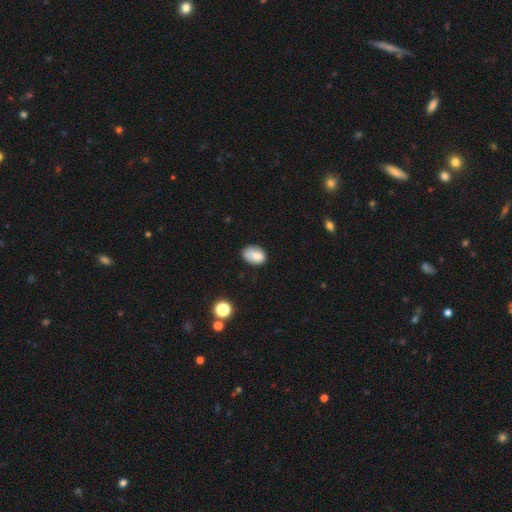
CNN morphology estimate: This appears to be a smooth galaxy with no disk features (80%) that is in between round and cigar-shaped (79%). Merging: none (61%).